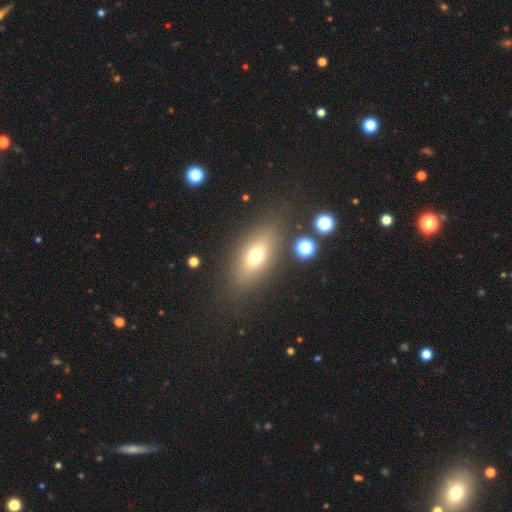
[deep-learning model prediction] The model was most divided on "smooth or featured": smooth: 66%, featured or disk: 21%, star or artifact: 14%. More confident: merging — none (81%); how rounded — in between (75%).